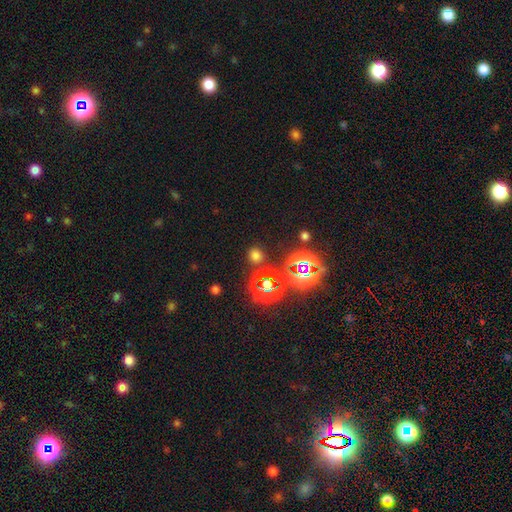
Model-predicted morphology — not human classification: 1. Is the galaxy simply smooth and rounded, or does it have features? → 56% smooth, 39% star or artifact, 6% featured or disk.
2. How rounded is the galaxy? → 78% round, 20% in between, 1% cigar-shaped.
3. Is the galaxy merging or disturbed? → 85% none, 8% minor disturbance, 4% merger, 3% major disturbance.